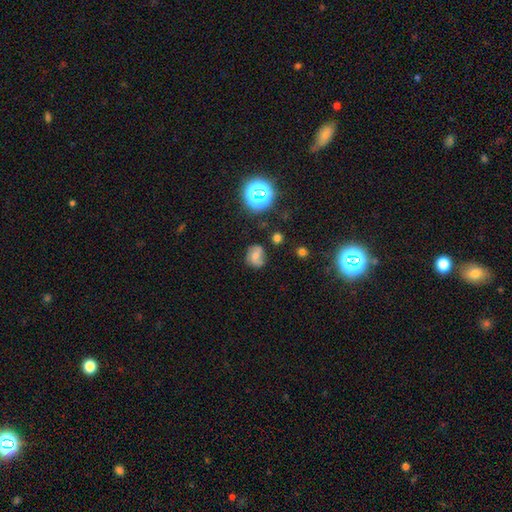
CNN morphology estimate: smooth 50%, featured or disk 32%, star or artifact 17%. Down the decision tree: how rounded — round (58%); merging — none (65%).